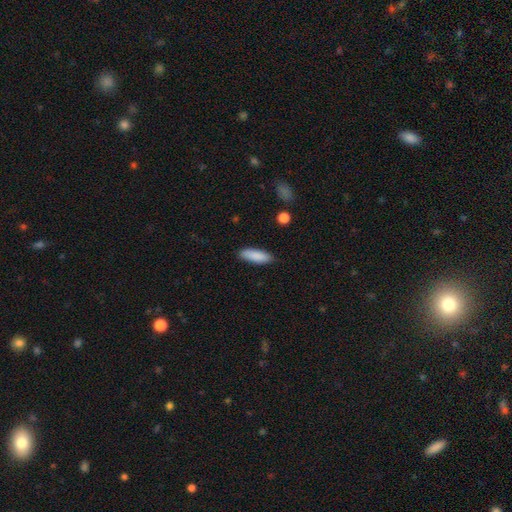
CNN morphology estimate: smooth 88%, star or artifact 6%, featured or disk 6%. Down the decision tree: how rounded — in between (52%); merging — none (87%).